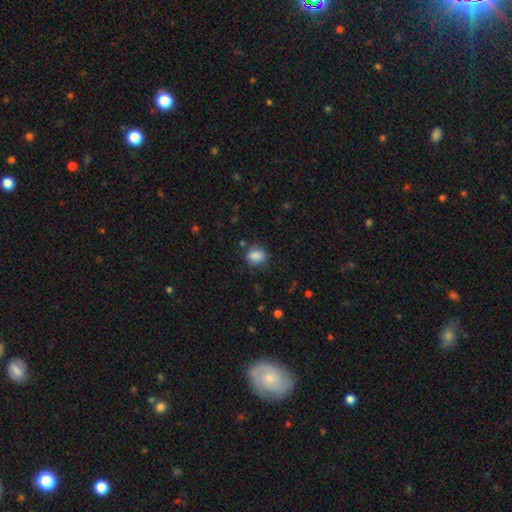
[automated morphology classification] Smooth or featured?
  - smooth: 86% *
  - star or artifact: 9%
  - featured or disk: 5%
How rounded?
  - round: 61% *
  - in between: 38%
  - cigar-shaped: 1%
Merging?
  - none: 79% *
  - minor disturbance: 14%
  - major disturbance: 4%
  - merger: 2%